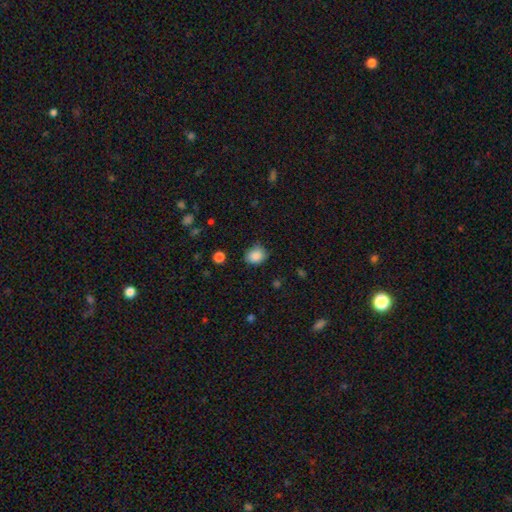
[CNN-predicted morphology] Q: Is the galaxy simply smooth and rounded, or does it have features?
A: smooth — 86%.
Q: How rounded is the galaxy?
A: round — 59%.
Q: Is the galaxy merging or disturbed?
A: none — 71%.